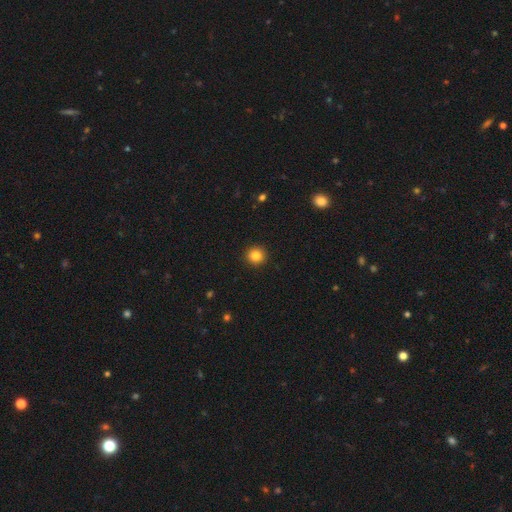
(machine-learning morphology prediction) Smooth or featured? smooth (84%)
How rounded? round (93%)
Merging? none (93%)